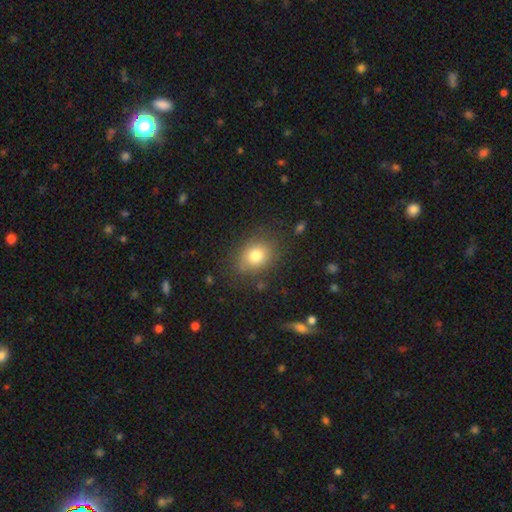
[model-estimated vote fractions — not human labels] A smooth galaxy with no disk features (78%) that is in between round and cigar-shaped (57%). Merging: none (77%).